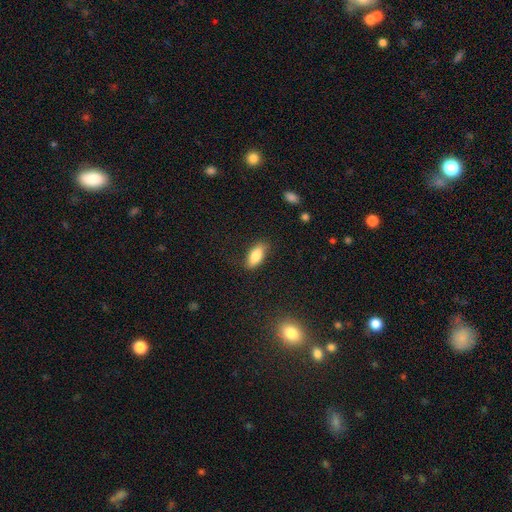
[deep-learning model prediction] Smooth or featured? smooth (82%)
How rounded? in between (83%)
Merging? none (80%)